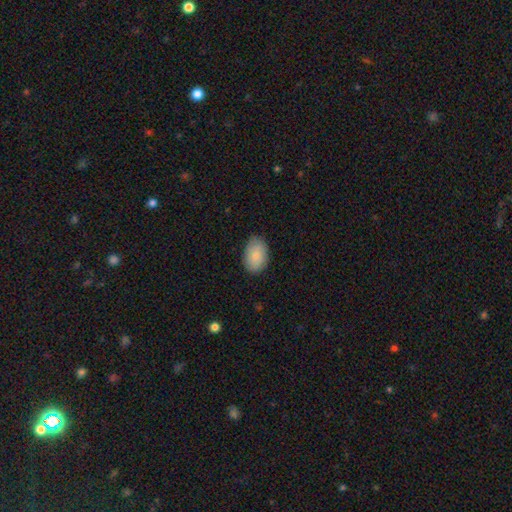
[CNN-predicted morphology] smooth 86%, featured or disk 7%, star or artifact 6%. Down the decision tree: how rounded — in between (88%); merging — none (82%).